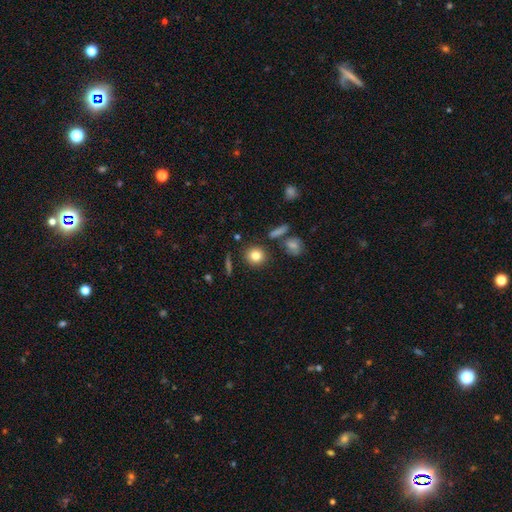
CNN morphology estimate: A smooth galaxy with no disk features (81%) that is round (87%). Merging: none (85%).